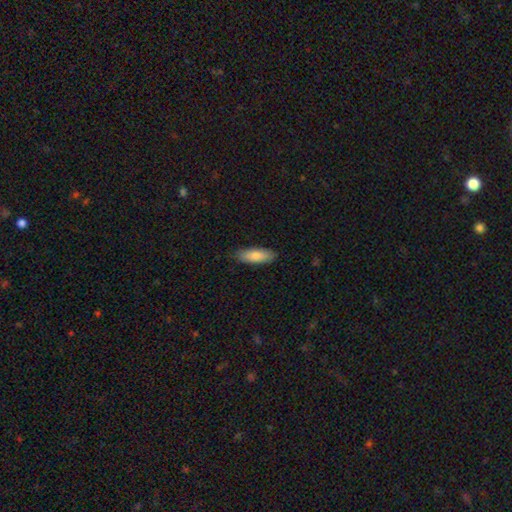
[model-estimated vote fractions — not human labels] Q: Smooth or featured?
A: smooth (83%); runner-up: featured or disk (12%)
Q: How rounded?
A: in between (62%); runner-up: cigar-shaped (36%)
Q: Merging?
A: none (86%); runner-up: minor disturbance (11%)